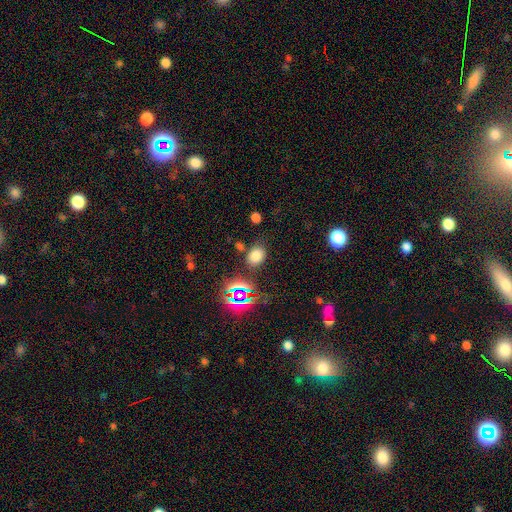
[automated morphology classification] The model was most divided on "how rounded": in between: 66%, round: 33%, cigar-shaped: 1%. More confident: merging — none (74%); smooth or featured — smooth (71%).